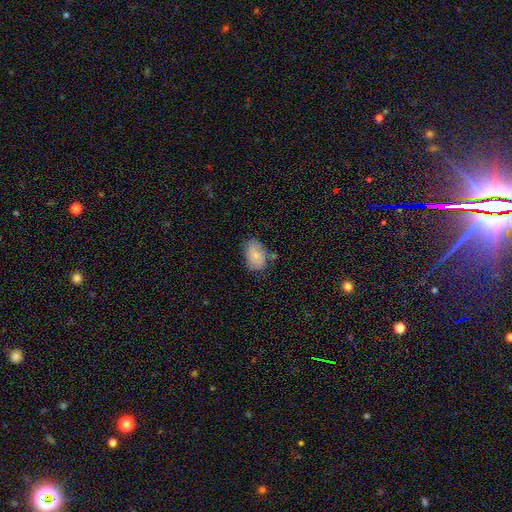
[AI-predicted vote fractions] Smooth or featured? smooth (75%)
How rounded? in between (86%)
Merging? none (65%)